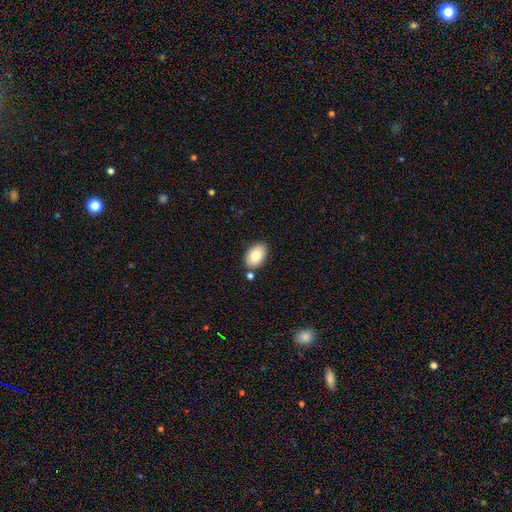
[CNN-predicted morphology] Q: Smooth or featured?
A: smooth (84%); runner-up: featured or disk (9%)
Q: How rounded?
A: in between (90%); runner-up: round (9%)
Q: Merging?
A: none (80%); runner-up: minor disturbance (11%)